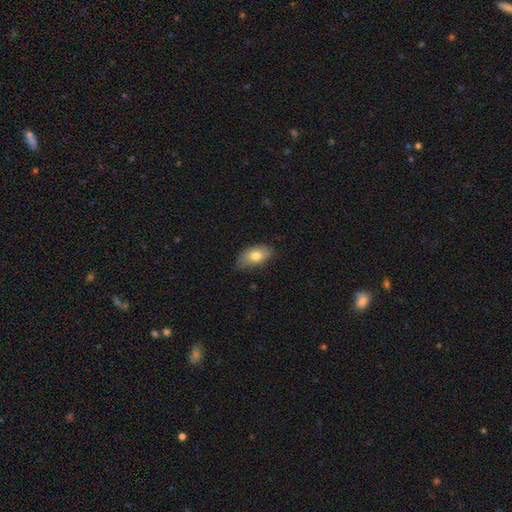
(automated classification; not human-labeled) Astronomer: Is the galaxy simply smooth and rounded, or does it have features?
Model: smooth — 79%.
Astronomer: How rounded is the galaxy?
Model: in between — 91%.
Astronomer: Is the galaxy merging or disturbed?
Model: none — 72%.